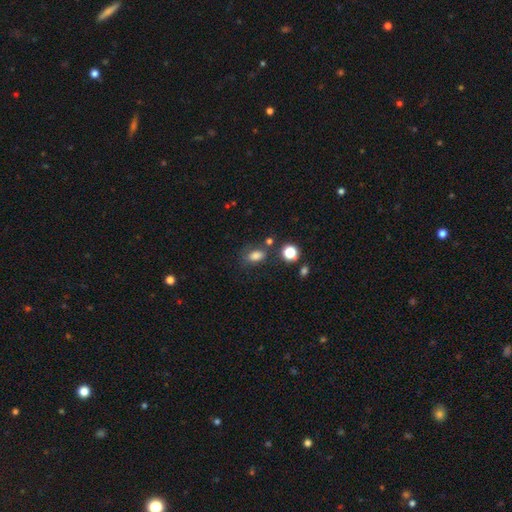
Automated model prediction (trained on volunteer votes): smooth-or-featured: smooth: 81% | star or artifact: 13% | featured or disk: 7%
  how-rounded: in between: 79% | round: 19% | cigar-shaped: 2%
  merging: none: 63% | minor disturbance: 20% | merger: 9% | major disturbance: 8%